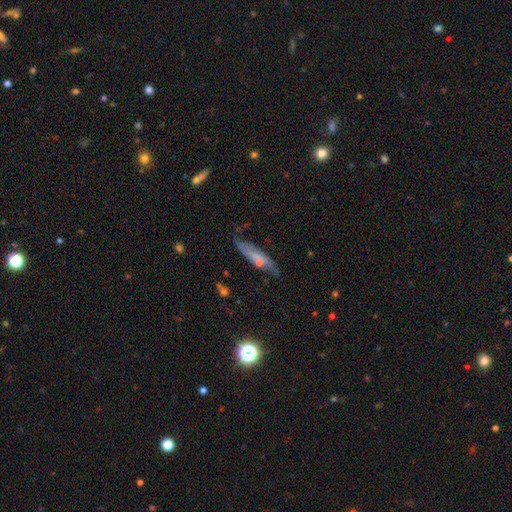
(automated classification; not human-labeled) Smooth or featured? Predicted: featured or disk (p=0.61). Edge-on disk? Predicted: no (p=0.59). Merging? Predicted: none (p=0.60).